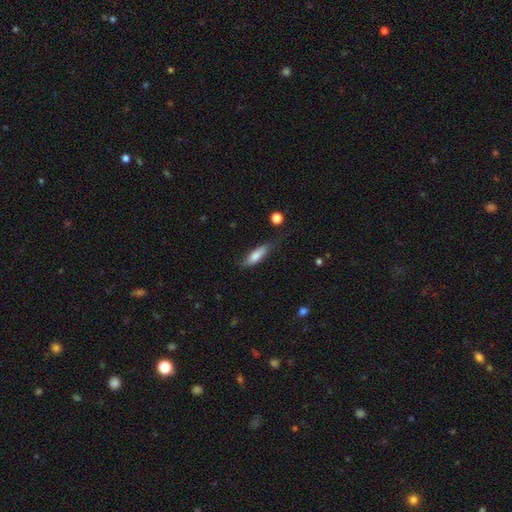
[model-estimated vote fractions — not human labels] smooth_or_featured: smooth (p=0.78) [alt: featured or disk p=0.16]
how_rounded: cigar-shaped (p=0.51) [alt: in between p=0.47]
merging: none (p=0.66) [alt: minor disturbance p=0.25]